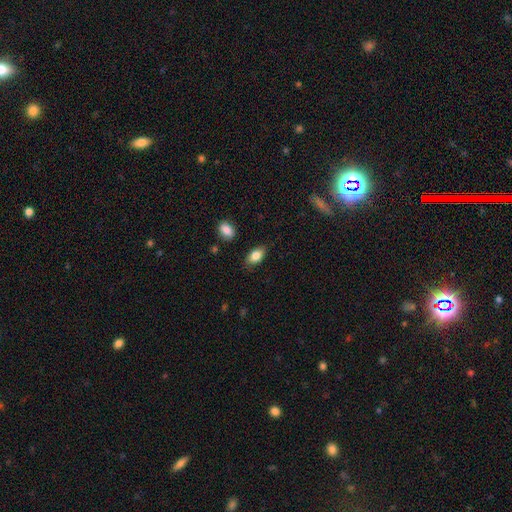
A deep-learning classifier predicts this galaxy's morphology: Smooth or featured? smooth (83%)
How rounded? in between (90%)
Merging? none (83%)